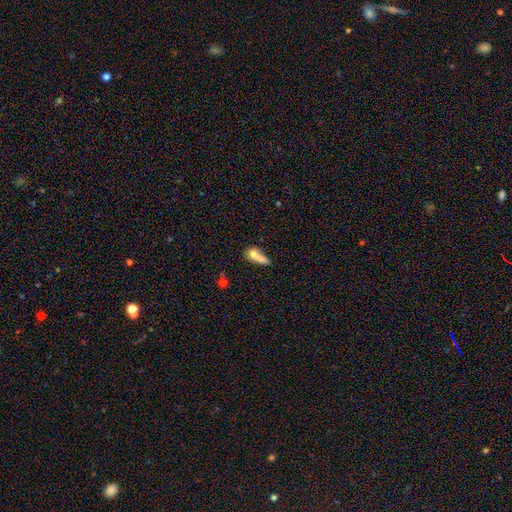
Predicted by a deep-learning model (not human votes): Morphology: type=smooth (68%); roundness=in between (50%); merging=merger (49%).